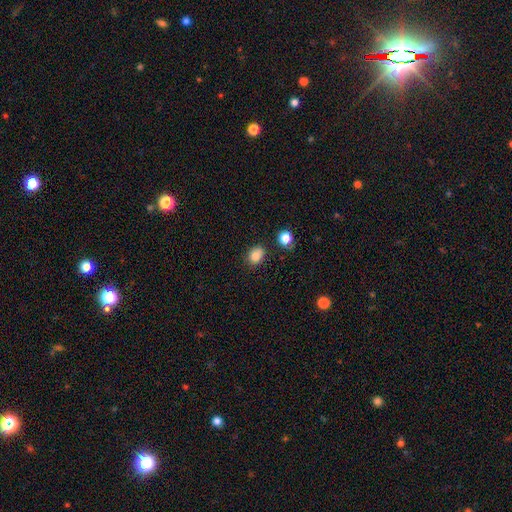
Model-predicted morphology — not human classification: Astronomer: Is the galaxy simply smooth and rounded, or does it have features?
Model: smooth — 82%.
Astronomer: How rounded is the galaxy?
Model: round — 53% (runner-up: in between, 46%).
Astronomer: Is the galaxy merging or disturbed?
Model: none — 68%.